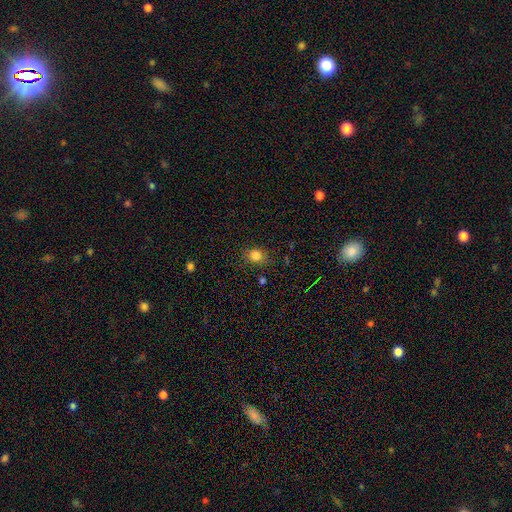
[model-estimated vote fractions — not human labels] This is clearly a smooth galaxy (81%). How rounded: possibly round (58%). Merging: clearly none (81%).